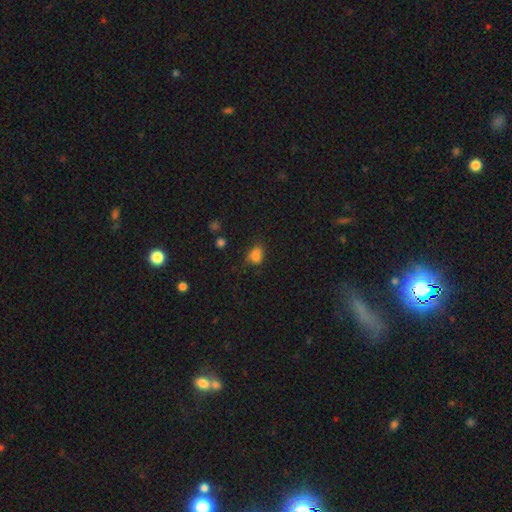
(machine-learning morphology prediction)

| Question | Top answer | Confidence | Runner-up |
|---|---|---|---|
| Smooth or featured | smooth | 80% | star or artifact (13%) |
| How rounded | in between | 65% | round (34%) |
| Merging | none | 57% | minor disturbance (30%) |